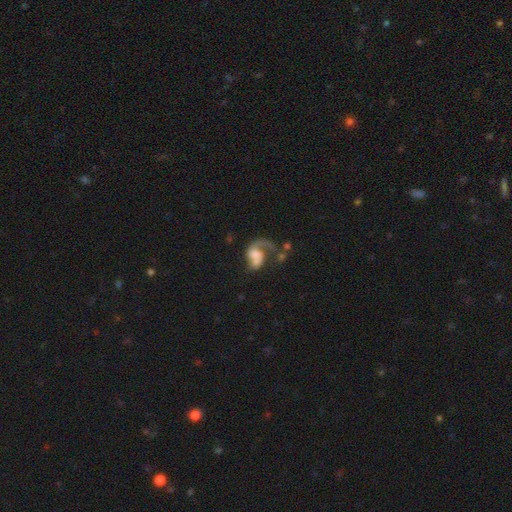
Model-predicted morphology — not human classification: Smooth or featured? Predicted: featured or disk (p=0.70). Edge-on disk? Predicted: no (p=0.98). Bar? Predicted: no (p=0.63). Spiral arms? Predicted: yes (p=0.86). Spiral winding? Predicted: loose (p=0.60). Spiral arm count? Predicted: 1 (p=0.69). Bulge size? Predicted: none (p=0.30). Merging? Predicted: major disturbance (p=0.43).